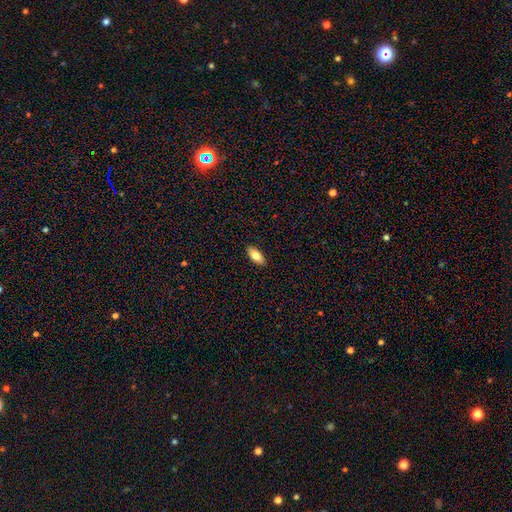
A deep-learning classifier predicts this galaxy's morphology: Smooth or featured?
  - smooth: 80% *
  - featured or disk: 14%
  - star or artifact: 7%
How rounded?
  - in between: 88% *
  - cigar-shaped: 10%
  - round: 2%
Merging?
  - none: 89% *
  - minor disturbance: 8%
  - major disturbance: 2%
  - merger: 1%